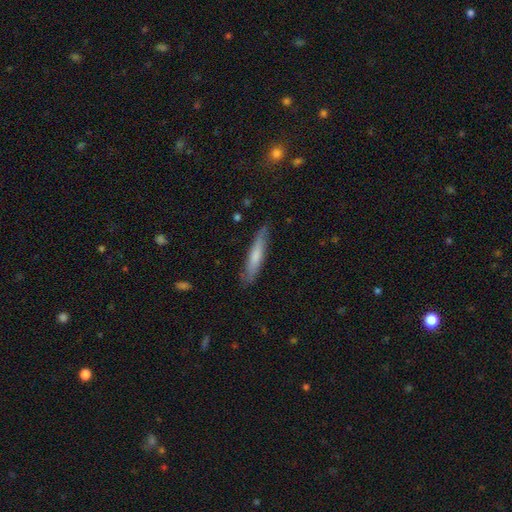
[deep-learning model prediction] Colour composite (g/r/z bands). It shows a smooth galaxy with no disk features (63%) that is cigar-shaped (90%). Merging: none (81%).